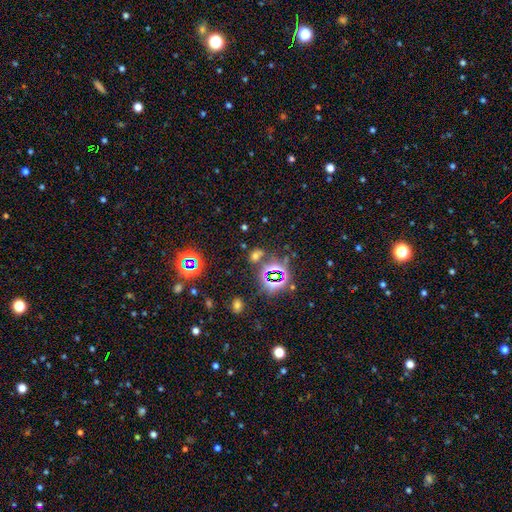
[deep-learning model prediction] The model was most divided on "smooth or featured": star or artifact: 53%, smooth: 38%, featured or disk: 9%.